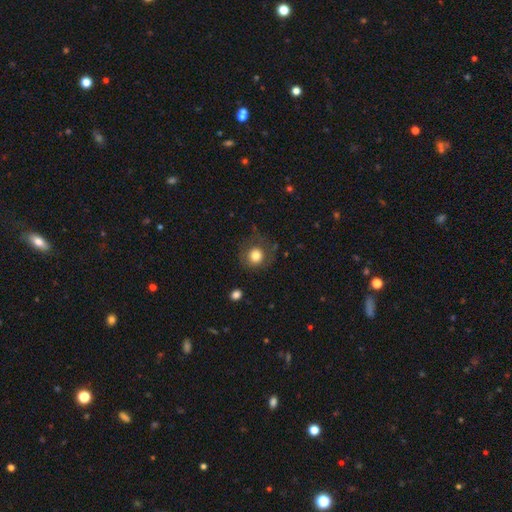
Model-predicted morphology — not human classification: Smooth or featured? smooth (78%)
How rounded? round (90%)
Merging? none (72%)